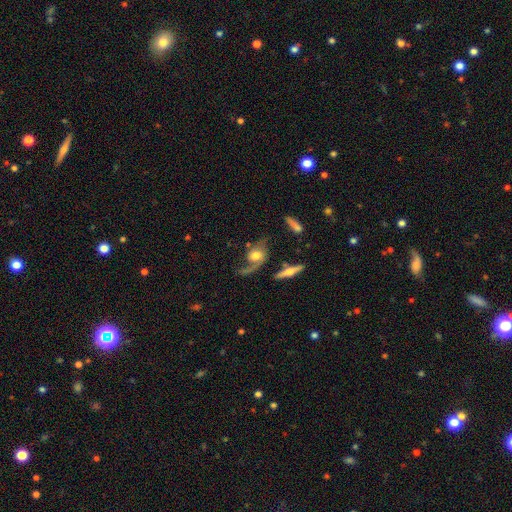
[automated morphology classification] Overall: featured or disk (72%). Edge-on disk: no (91%). Bar: no (71%). Spiral arms: yes (89%). Spiral arm count: 1 (51%; 2 42%). Spiral winding: loose (63%; medium 27%). Bulge size: moderate (54%; large 29%). Merging: none (39%; major disturbance 36%).